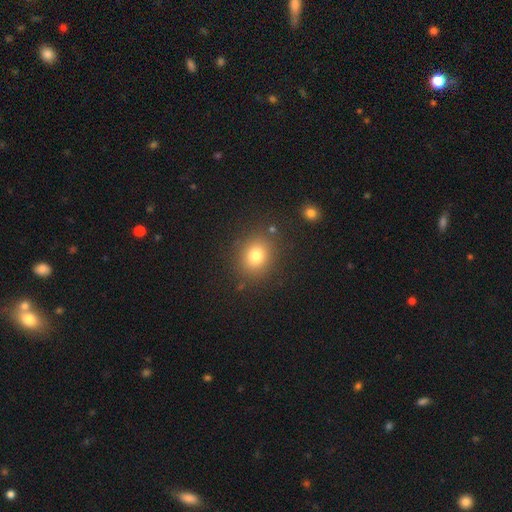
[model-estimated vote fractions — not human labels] The model was most divided on "how rounded": round: 71%, in between: 28%, cigar-shaped: 1%. More confident: merging — none (85%); smooth or featured — smooth (78%).